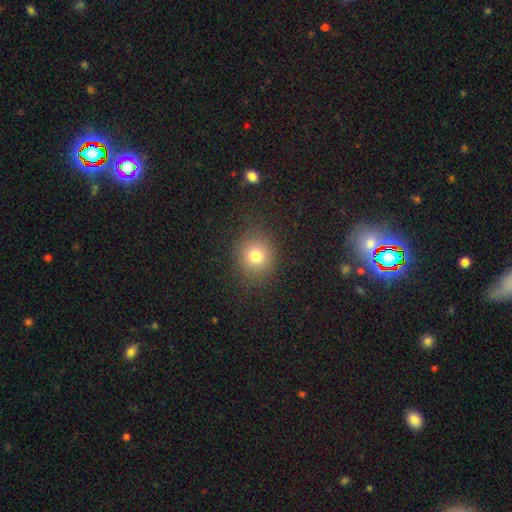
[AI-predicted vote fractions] Smooth or featured? Predicted: smooth (p=0.76). How rounded? Predicted: round (p=0.83). Merging? Predicted: none (p=0.86).